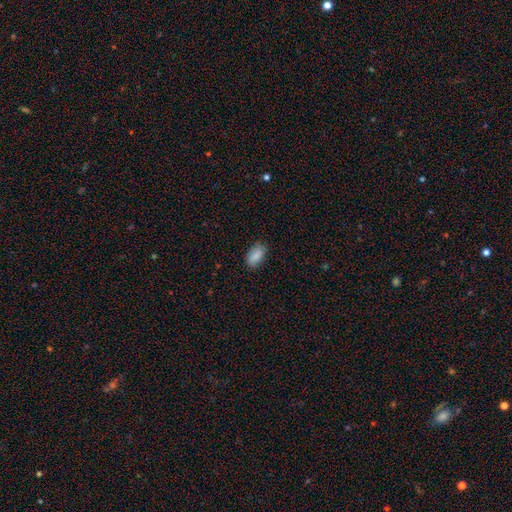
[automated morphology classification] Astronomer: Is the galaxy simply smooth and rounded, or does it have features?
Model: smooth — 88%.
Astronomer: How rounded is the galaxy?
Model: in between — 92%.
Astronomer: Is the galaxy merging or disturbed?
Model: none — 81%.